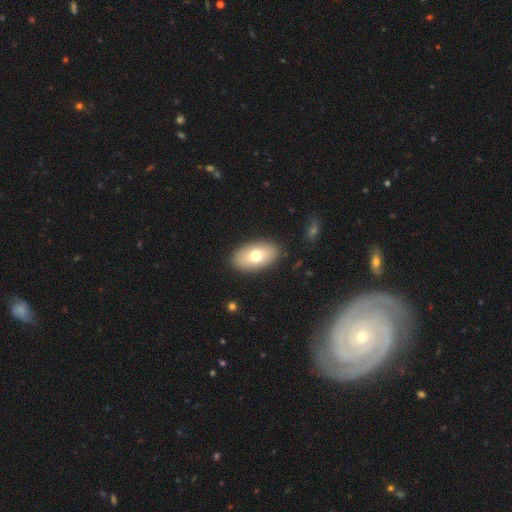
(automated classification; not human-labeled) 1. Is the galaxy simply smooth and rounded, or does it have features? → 70% smooth, 23% featured or disk, 7% star or artifact.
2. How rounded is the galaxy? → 93% in between, 6% round, 2% cigar-shaped.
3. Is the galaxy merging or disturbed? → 88% none, 8% minor disturbance, 3% major disturbance, 1% merger.